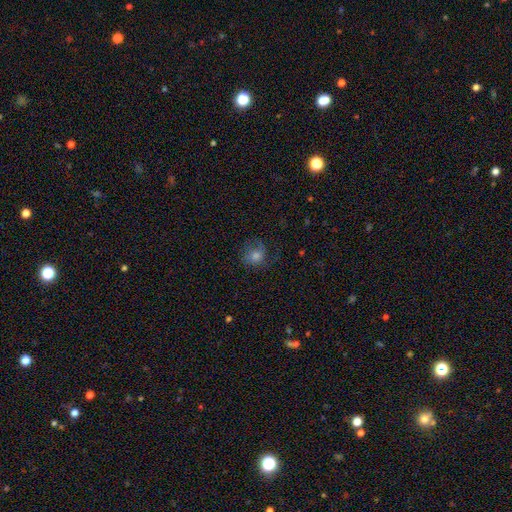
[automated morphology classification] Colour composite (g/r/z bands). It shows a smooth galaxy with no disk features (55%) that is round (76%). Merging: none (63%).